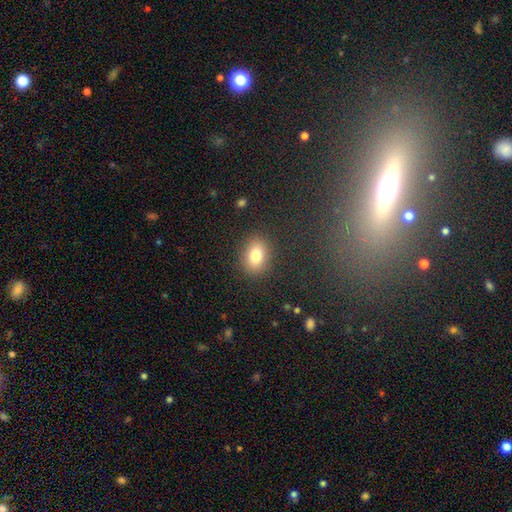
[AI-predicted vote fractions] smooth_or_featured: smooth (p=0.80) [alt: star or artifact p=0.10]
how_rounded: in between (p=0.69) [alt: round p=0.30]
merging: none (p=0.86) [alt: minor disturbance p=0.09]